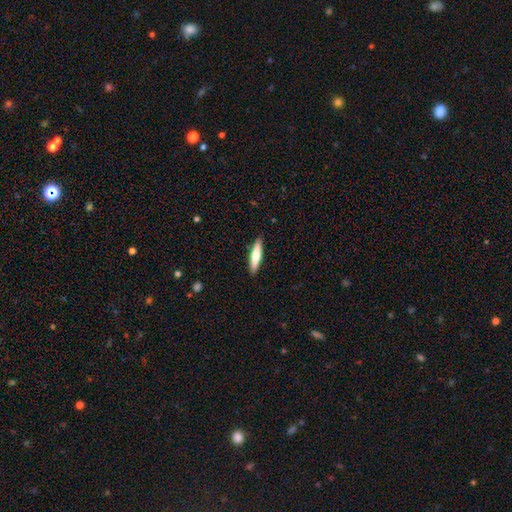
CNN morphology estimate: A smooth galaxy with no disk features (65%) that is cigar-shaped (82%). Merging: none (90%).